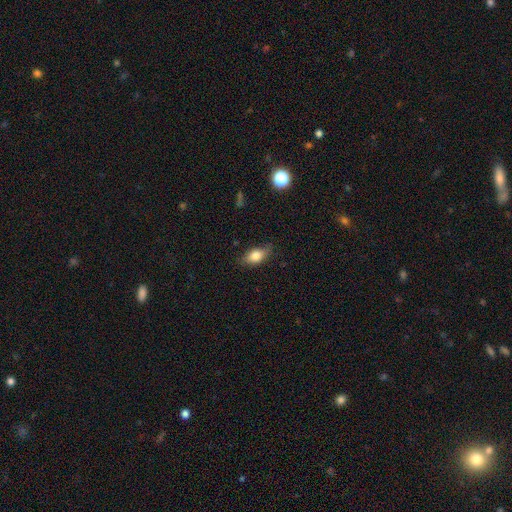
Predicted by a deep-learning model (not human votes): Smooth or featured: smooth — 79% (featured or disk — 13%)
How rounded: in between — 84% (round — 8%)
Merging: none — 76% (minor disturbance — 19%)